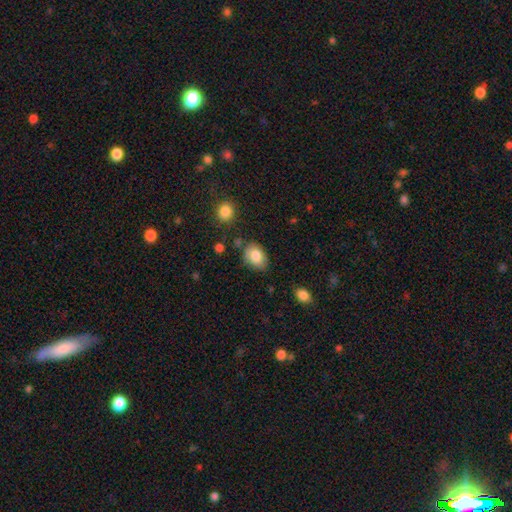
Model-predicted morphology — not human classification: Smooth or featured? Predicted: smooth (p=0.82). How rounded? Predicted: in between (p=0.79). Merging? Predicted: none (p=0.74).